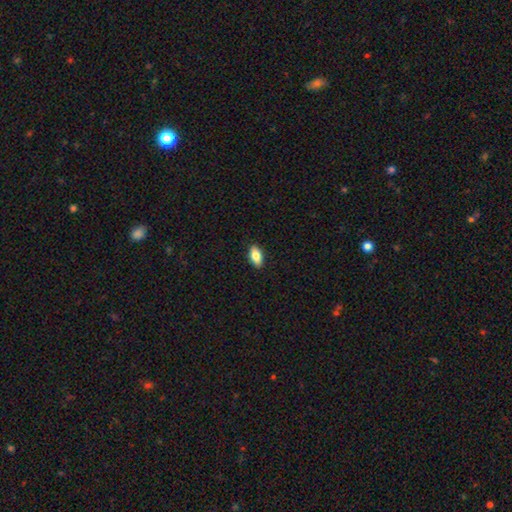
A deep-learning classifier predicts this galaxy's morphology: This is clearly a smooth galaxy (82%). How rounded: clearly in between (90%). Merging: clearly none (90%).